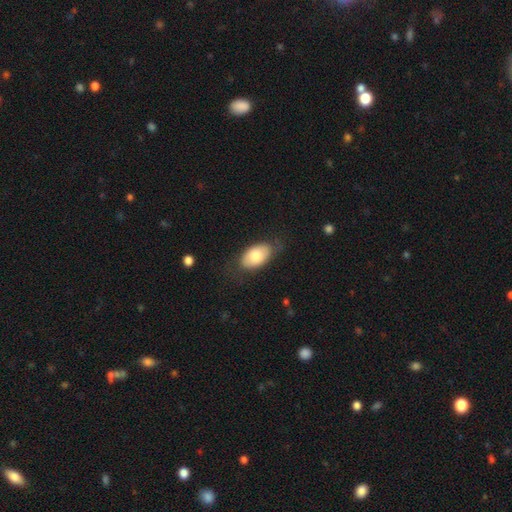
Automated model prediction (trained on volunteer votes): The model was most divided on "smooth or featured": smooth: 74%, featured or disk: 20%, star or artifact: 6%. More confident: how rounded — in between (93%); merging — none (74%).